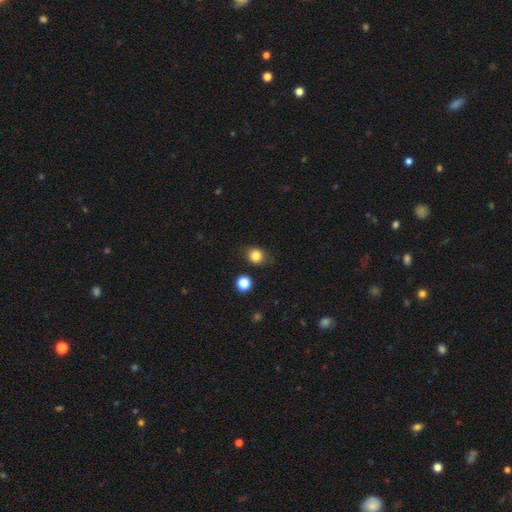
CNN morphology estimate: A smooth galaxy with no disk features (83%) that is round (76%). Merging: none (77%).